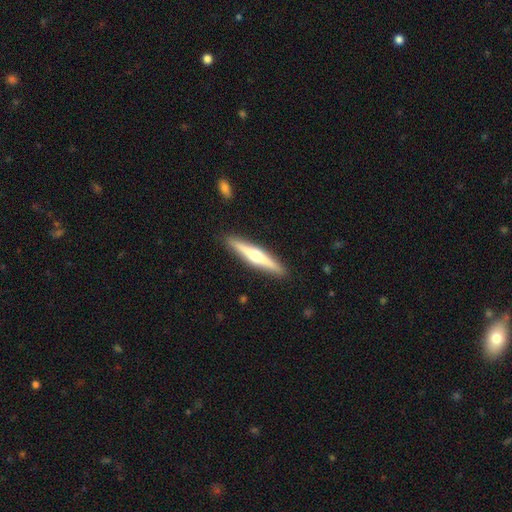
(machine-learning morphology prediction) Smooth or featured? Predicted: featured or disk (p=0.63). Edge-on disk? Predicted: yes (p=0.97). Edge-on bulge? Predicted: rounded (p=0.91). Merging? Predicted: none (p=0.91).